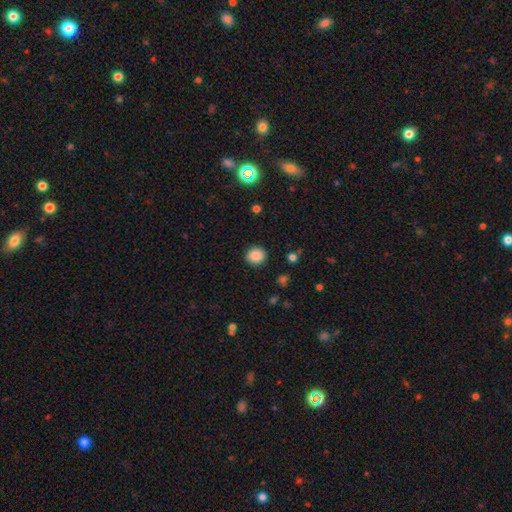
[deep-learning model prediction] This is clearly a smooth galaxy (87%). How rounded: clearly round (82%). Merging: clearly none (90%).